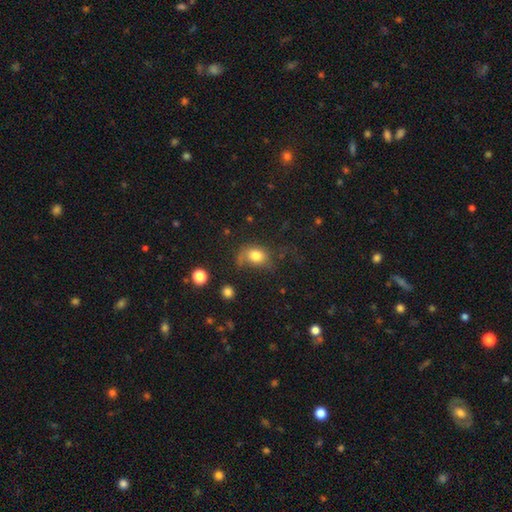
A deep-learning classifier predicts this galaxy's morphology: The model was most divided on "how rounded": in between: 57%, round: 42%, cigar-shaped: 1%. Remaining: smooth or featured — smooth (77%); merging — none (44%).